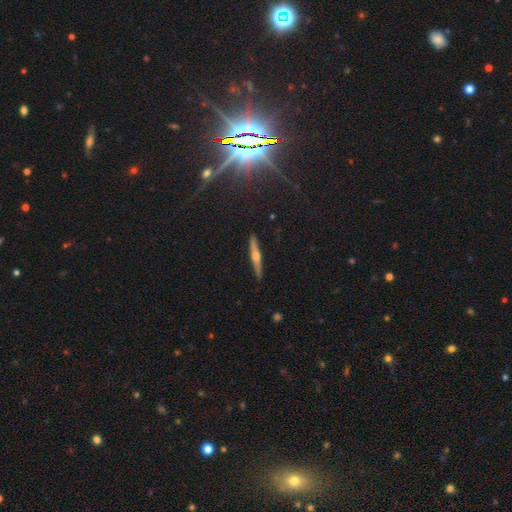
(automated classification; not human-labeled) Smooth or featured? featured or disk (68%)
Edge-on disk? yes (97%)
Edge-on bulge? rounded (91%)
Merging? none (90%)